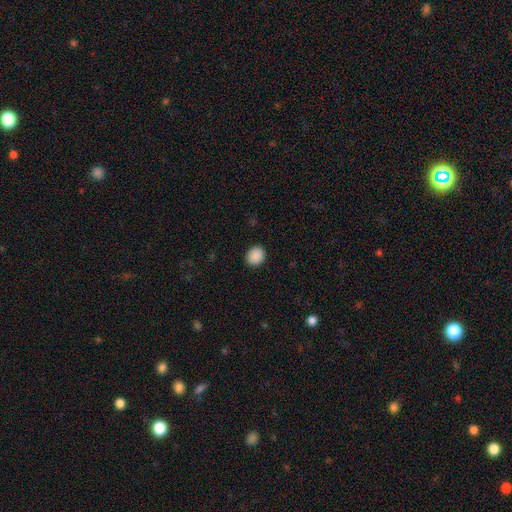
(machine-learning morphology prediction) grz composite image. It shows a smooth galaxy with no disk features (90%) that is round (63%). Merging: none (90%).